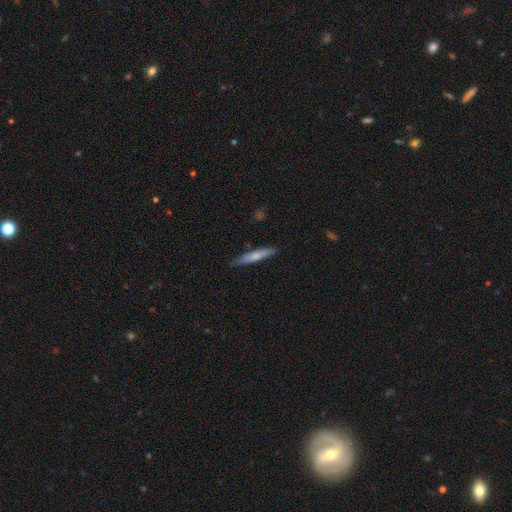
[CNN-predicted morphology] Smooth or featured: smooth — 66% (featured or disk — 28%)
How rounded: cigar-shaped — 91% (in between — 7%)
Merging: none — 83% (minor disturbance — 14%)